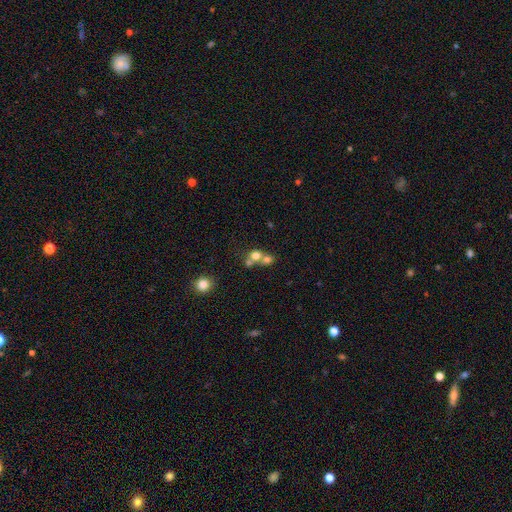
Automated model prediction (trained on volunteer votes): Morphology: type=smooth (70%); roundness=round (81%); merging=merger (57%).